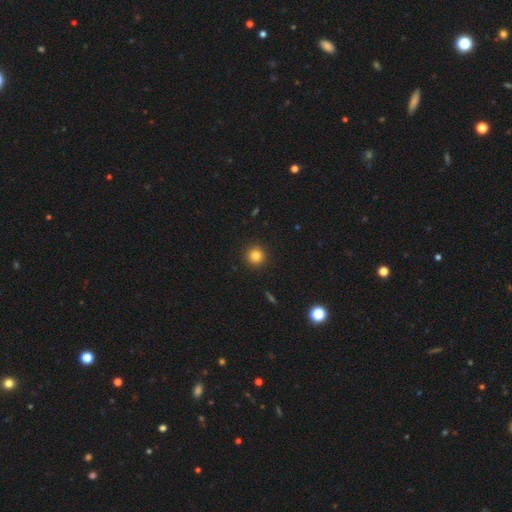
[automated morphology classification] smooth-or-featured: smooth: 82% | star or artifact: 12% | featured or disk: 6%
  how-rounded: round: 95% | in between: 4% | cigar-shaped: 1%
  merging: none: 93% | minor disturbance: 5% | major disturbance: 2% | merger: 1%